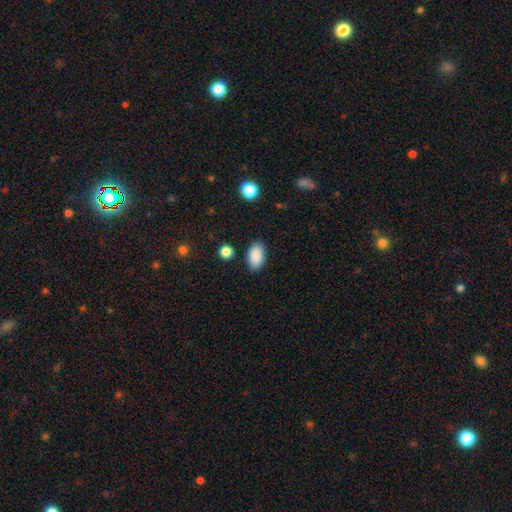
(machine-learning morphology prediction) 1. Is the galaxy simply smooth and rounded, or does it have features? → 89% smooth, 7% star or artifact, 4% featured or disk.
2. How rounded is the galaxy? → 93% in between, 5% round, 2% cigar-shaped.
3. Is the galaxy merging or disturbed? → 85% none, 10% minor disturbance, 3% major disturbance, 2% merger.